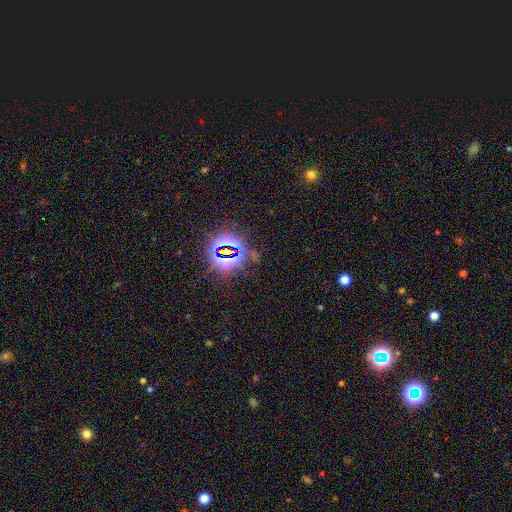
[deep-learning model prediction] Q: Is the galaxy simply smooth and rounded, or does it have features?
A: star or artifact — 80%.